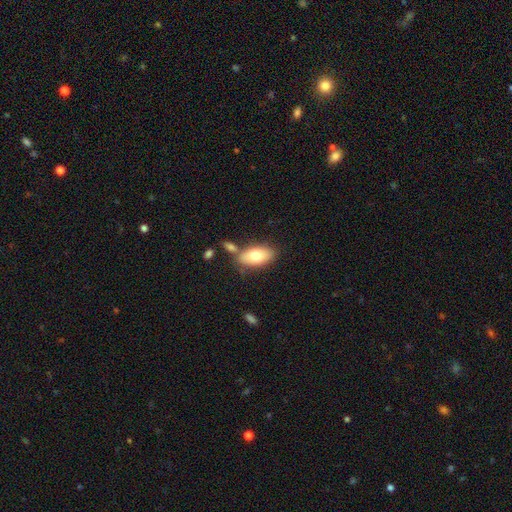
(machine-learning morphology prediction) Smooth or featured? smooth (74%)
How rounded? in between (91%)
Merging? none (67%)